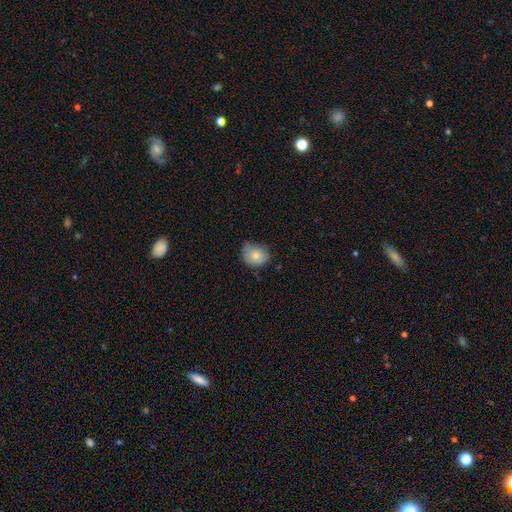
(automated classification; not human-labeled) smooth 79%, featured or disk 12%, star or artifact 9%. Down the decision tree: how rounded — round (64%); merging — none (56%).